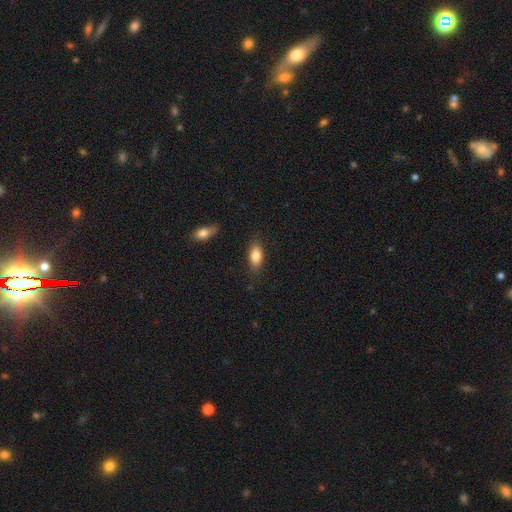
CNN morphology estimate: Smooth or featured? Predicted: smooth (p=0.81). How rounded? Predicted: in between (p=0.84). Merging? Predicted: none (p=0.82).